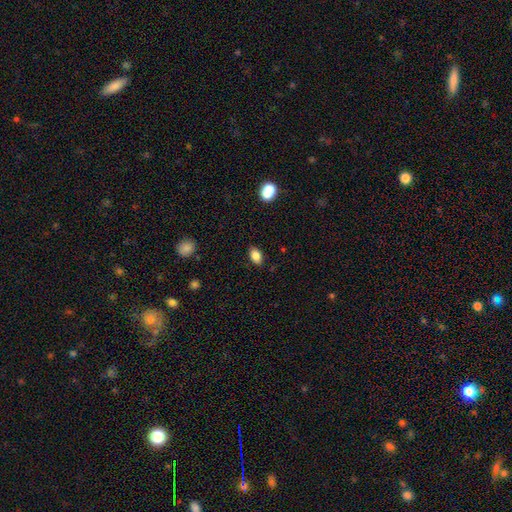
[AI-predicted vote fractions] smooth 85%, star or artifact 9%, featured or disk 6%. Down the decision tree: how rounded — in between (86%); merging — none (87%).